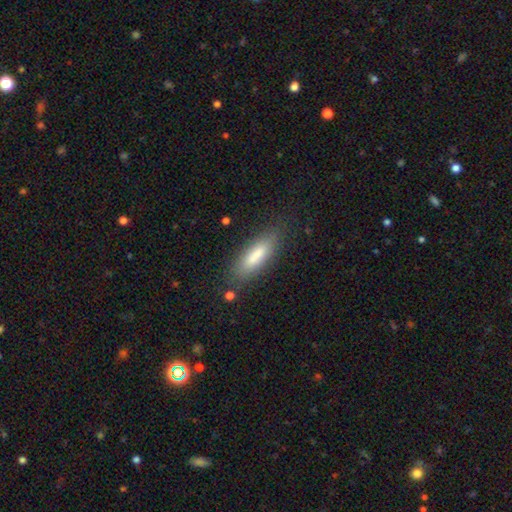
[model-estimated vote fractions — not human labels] smooth_or_featured: smooth (p=0.78) [alt: featured or disk p=0.15]
how_rounded: cigar-shaped (p=0.53) [alt: in between p=0.45]
merging: none (p=0.79) [alt: minor disturbance p=0.13]